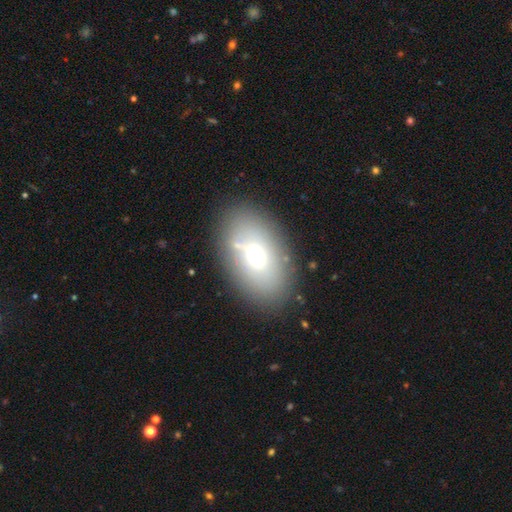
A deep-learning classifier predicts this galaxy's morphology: The model was most divided on "smooth or featured": smooth: 65%, featured or disk: 24%, star or artifact: 11%. More confident: how rounded — in between (89%); merging — none (79%).